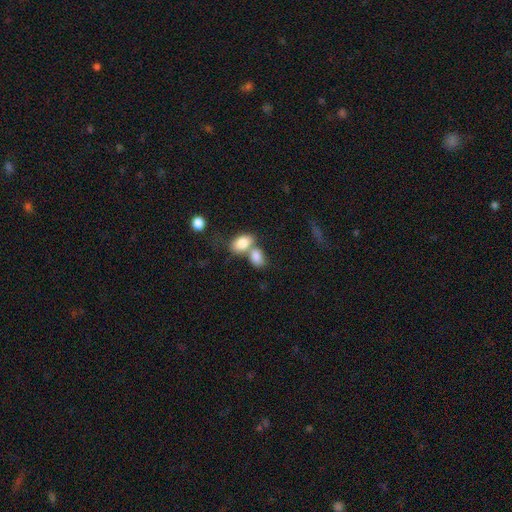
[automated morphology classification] Smooth or featured: smooth — 82% (featured or disk — 10%)
How rounded: in between — 84% (round — 14%)
Merging: merger — 58% (none — 28%)